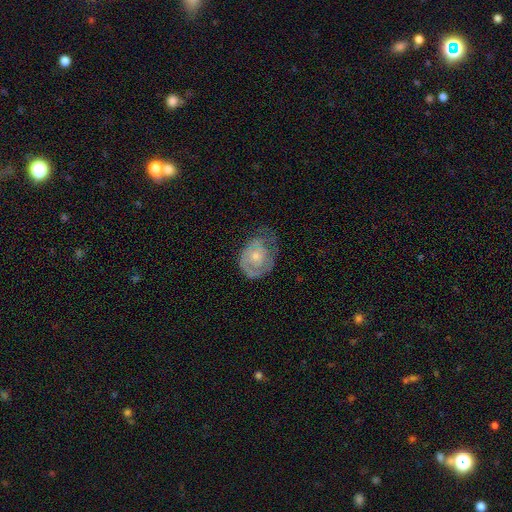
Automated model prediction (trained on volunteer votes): The model was most divided on "merging": none: 41%, minor disturbance: 32%, major disturbance: 25%, merger: 2%. More confident: edge-on disk — no (97%); bar — no (85%); spiral arms — yes (66%); bulge size — small (61%); smooth or featured — featured or disk (60%).